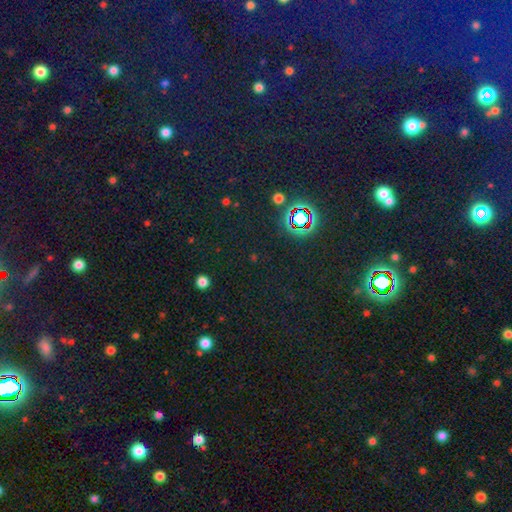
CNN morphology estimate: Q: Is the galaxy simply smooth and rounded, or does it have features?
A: star or artifact — 78%.